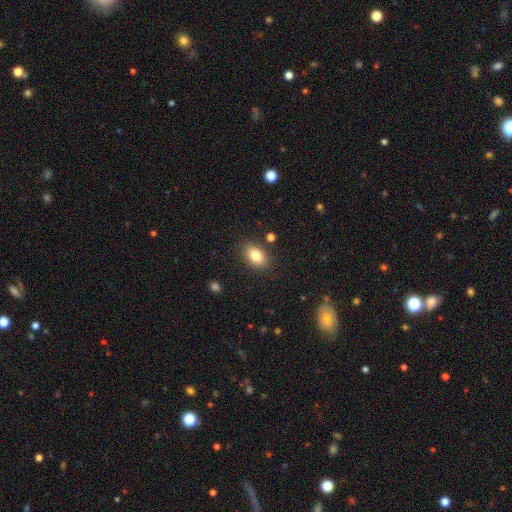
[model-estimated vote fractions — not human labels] Smooth or featured: smooth — 82% (featured or disk — 9%)
How rounded: in between — 82% (round — 16%)
Merging: none — 85% (minor disturbance — 10%)